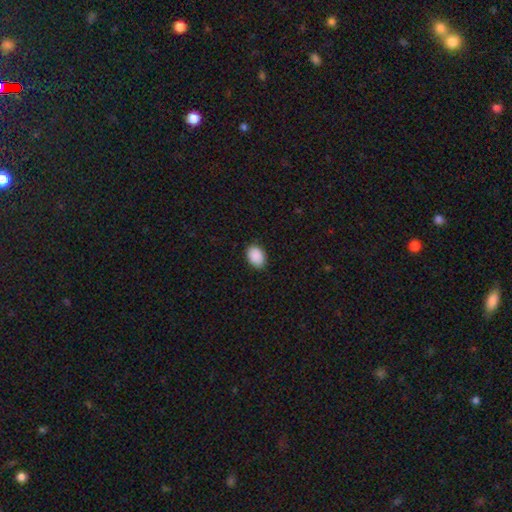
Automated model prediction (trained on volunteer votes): This appears to be a smooth galaxy with no disk features (91%) that is in between round and cigar-shaped (82%). Merging: none (87%).